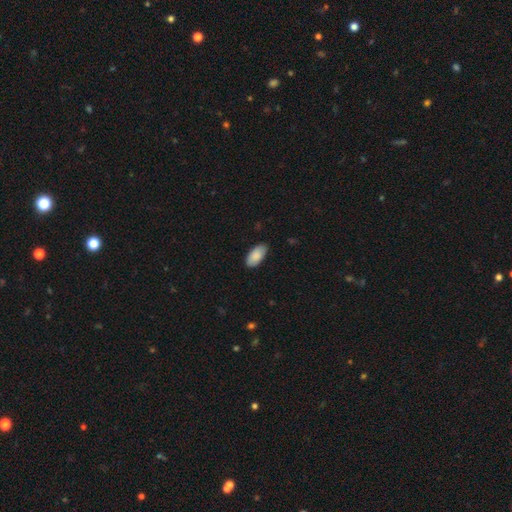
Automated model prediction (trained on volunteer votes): A smooth galaxy with no disk features (89%) that is in between round and cigar-shaped (95%). Merging: none (84%).